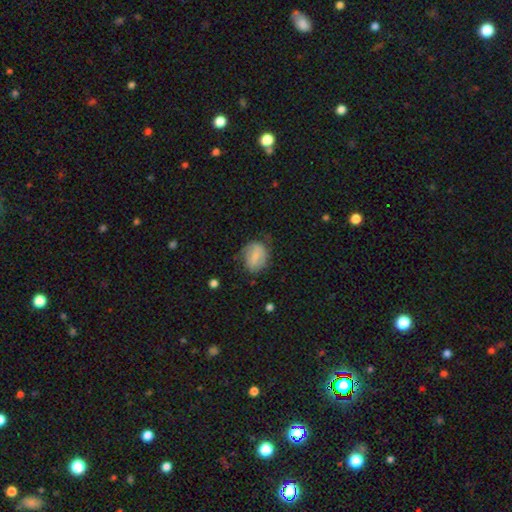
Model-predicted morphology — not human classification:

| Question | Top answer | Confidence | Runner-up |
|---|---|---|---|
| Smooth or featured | smooth | 64% | featured or disk (28%) |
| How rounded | in between | 59% | round (40%) |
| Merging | none | 59% | minor disturbance (28%) |